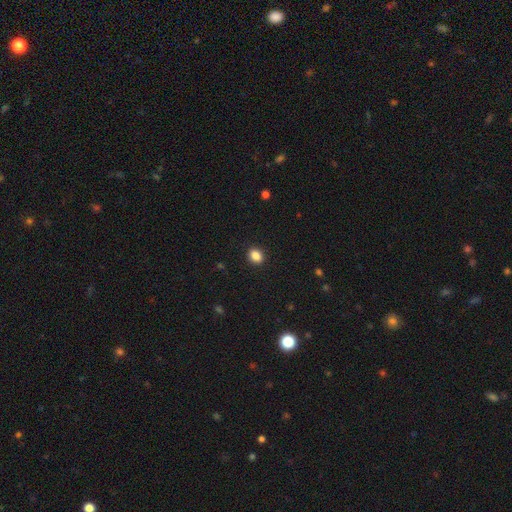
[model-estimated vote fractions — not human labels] smooth 86%, star or artifact 10%, featured or disk 4%. Down the decision tree: how rounded — in between (52%); merging — none (91%).